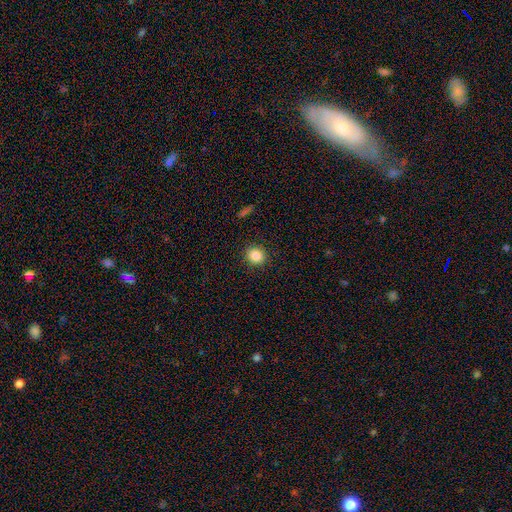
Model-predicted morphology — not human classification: A smooth galaxy with no disk features (85%) that is round (91%).

Vote fractions:
- Smooth or featured? smooth: 85% / star or artifact: 10% / featured or disk: 5%
- How rounded? round: 91% / in between: 8% / cigar-shaped: 1%
- Merging? none: 91% / minor disturbance: 6% / major disturbance: 2% / merger: 1%